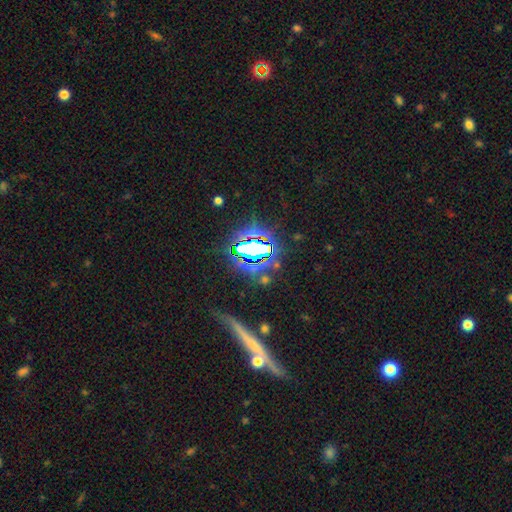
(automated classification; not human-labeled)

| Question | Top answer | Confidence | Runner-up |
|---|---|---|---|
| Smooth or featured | star or artifact | 67% | smooth (19%) |